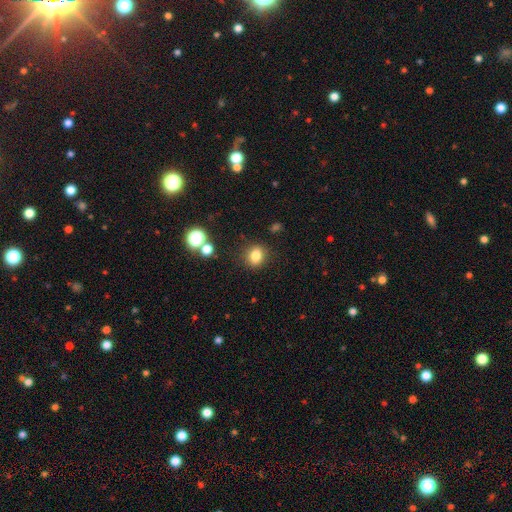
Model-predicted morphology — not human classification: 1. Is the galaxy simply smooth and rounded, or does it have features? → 81% smooth, 13% star or artifact, 7% featured or disk.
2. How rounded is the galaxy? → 57% round, 41% in between, 1% cigar-shaped.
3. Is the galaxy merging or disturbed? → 85% none, 9% minor disturbance, 3% major disturbance, 3% merger.